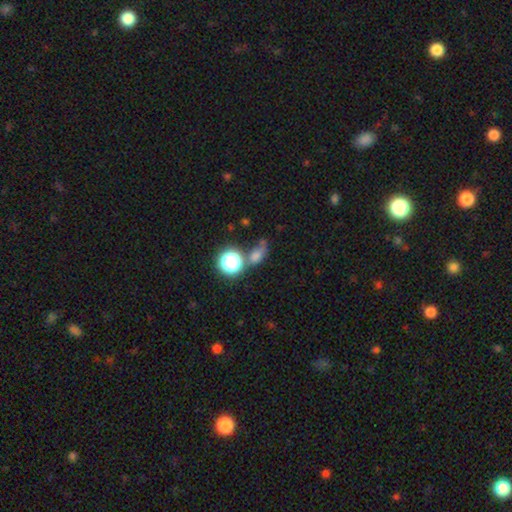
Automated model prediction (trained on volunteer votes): The model was most divided on "how rounded": round: 50%, in between: 45%, cigar-shaped: 5%. Remaining: smooth or featured — smooth (62%); merging — none (38%).